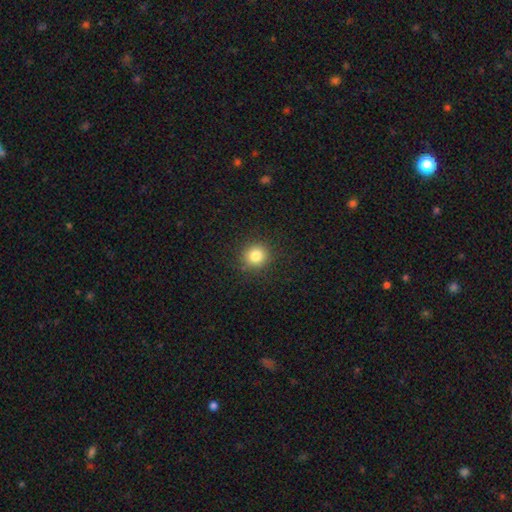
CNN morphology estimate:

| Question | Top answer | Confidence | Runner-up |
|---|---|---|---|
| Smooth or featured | smooth | 82% | star or artifact (12%) |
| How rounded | round | 93% | in between (6%) |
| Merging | none | 90% | minor disturbance (6%) |